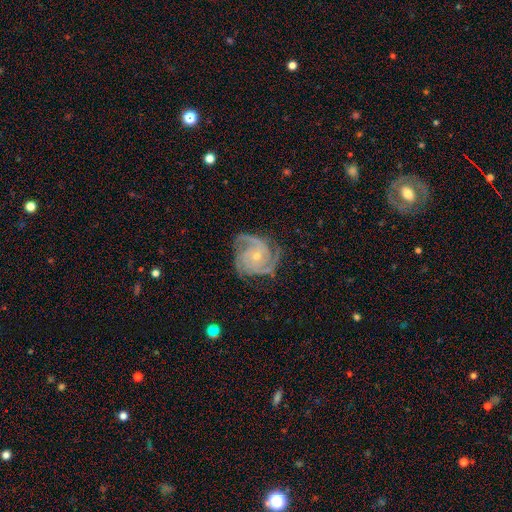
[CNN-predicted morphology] This appears to be a featured or disk galaxy (91%) with no bar (75%), 3 (55%) tight (61%) spiral arms (98%) and a small central bulge (70%). Merging: none (75%).